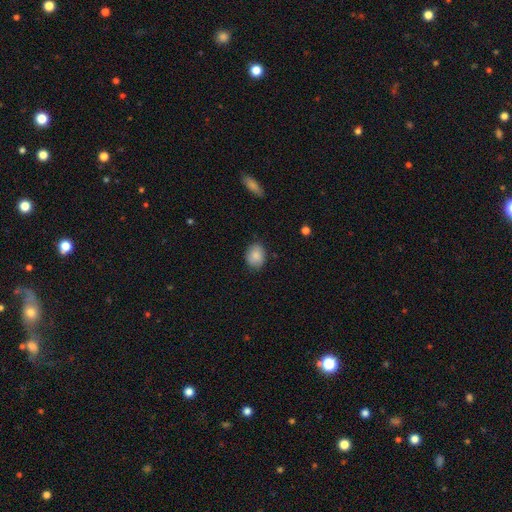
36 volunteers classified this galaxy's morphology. A smooth galaxy with no disk features (92%) that is in between round and cigar-shaped (67%).

Vote fractions:
- Smooth or featured? smooth: 92% / star or artifact: 6% / featured or disk: 3%
- How rounded? in between: 67% / round: 33% / cigar-shaped: 0%
- Merging? none: 74% / minor disturbance: 18% / major disturbance: 6% / merger: 3%